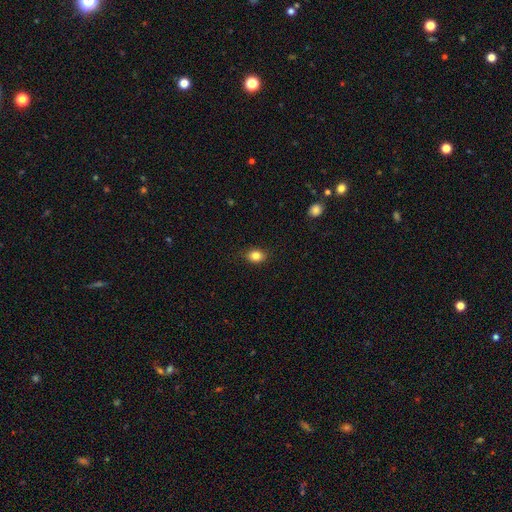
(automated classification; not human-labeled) Q: Smooth or featured?
A: smooth (84%); runner-up: star or artifact (10%)
Q: How rounded?
A: in between (61%); runner-up: round (38%)
Q: Merging?
A: none (86%); runner-up: minor disturbance (11%)